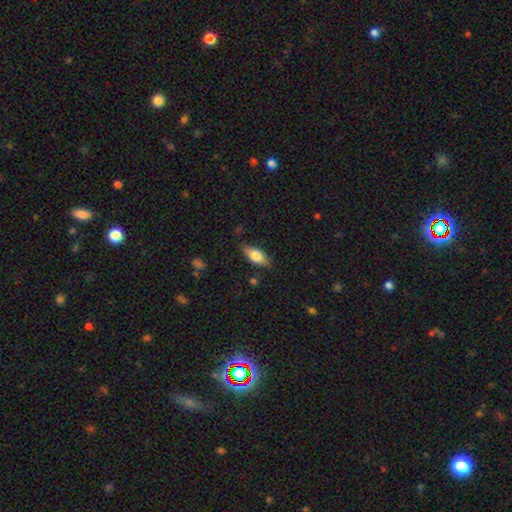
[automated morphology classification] A smooth galaxy with no disk features (69%) that is in between round and cigar-shaped (80%). Merging: none (81%).